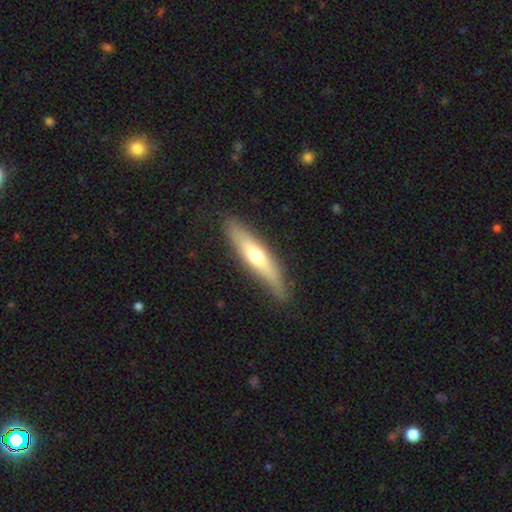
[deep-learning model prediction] Smooth or featured? smooth (50%)
How rounded? cigar-shaped (82%)
Merging? none (85%)